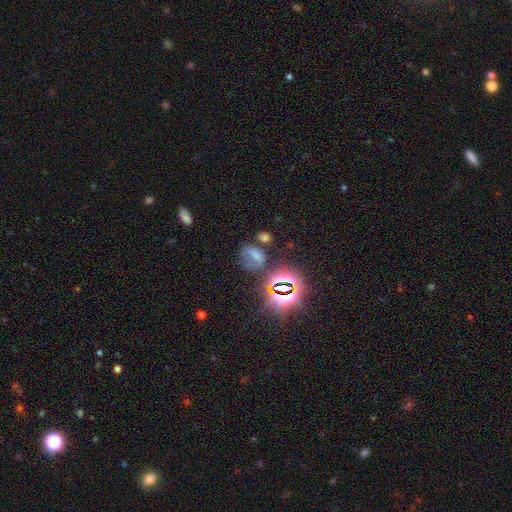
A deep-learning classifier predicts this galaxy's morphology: This is marginally a smooth galaxy (45%). Merging: possibly none (47%).